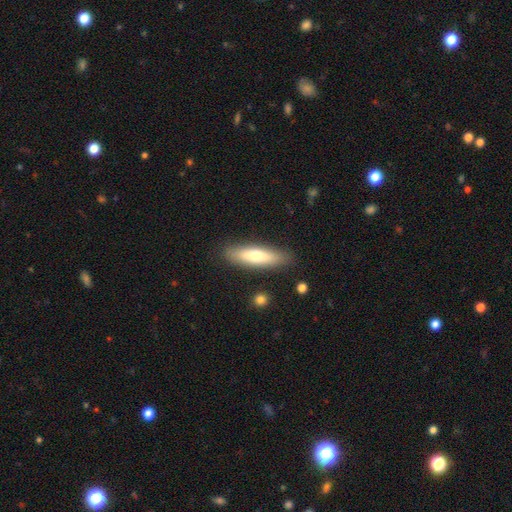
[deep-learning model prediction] Smooth or featured?
  - smooth: 67% *
  - featured or disk: 27%
  - star or artifact: 6%
How rounded?
  - cigar-shaped: 71% *
  - in between: 27%
  - round: 2%
Merging?
  - none: 87% *
  - minor disturbance: 9%
  - major disturbance: 2%
  - merger: 1%